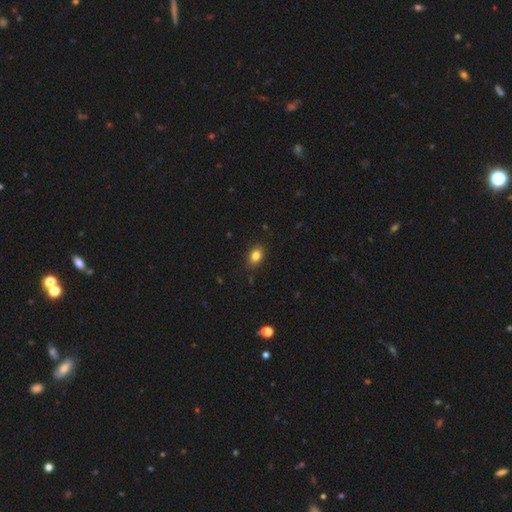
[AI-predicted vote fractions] Smooth or featured: smooth — 83% (star or artifact — 10%)
How rounded: in between — 79% (round — 19%)
Merging: none — 86% (minor disturbance — 11%)